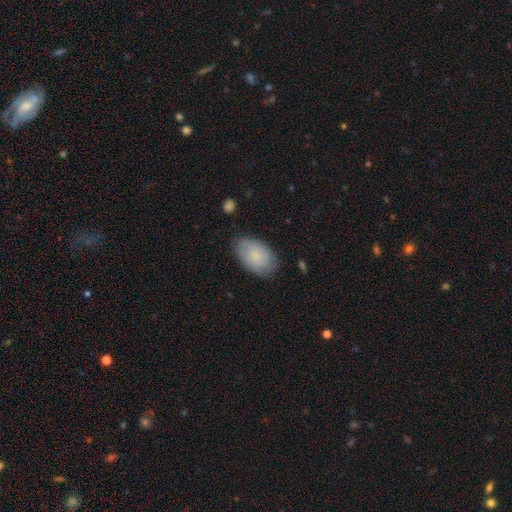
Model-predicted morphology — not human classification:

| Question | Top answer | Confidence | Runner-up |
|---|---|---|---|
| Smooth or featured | smooth | 78% | featured or disk (16%) |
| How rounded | in between | 92% | round (7%) |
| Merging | none | 77% | minor disturbance (18%) |